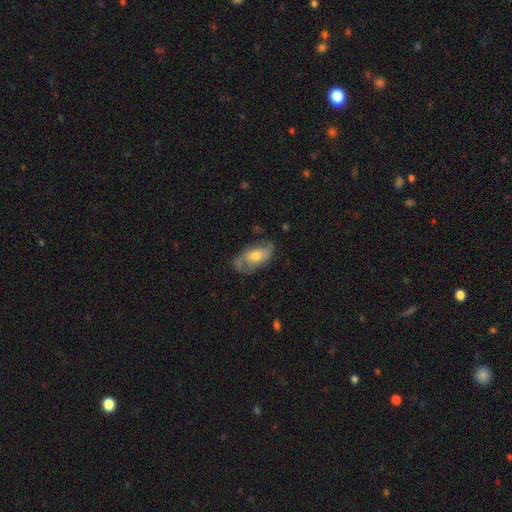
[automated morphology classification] A featured or disk galaxy (56%) with no bar (70%), spiral arms (73%) and a moderate central bulge (58%). Merging: none (58%).